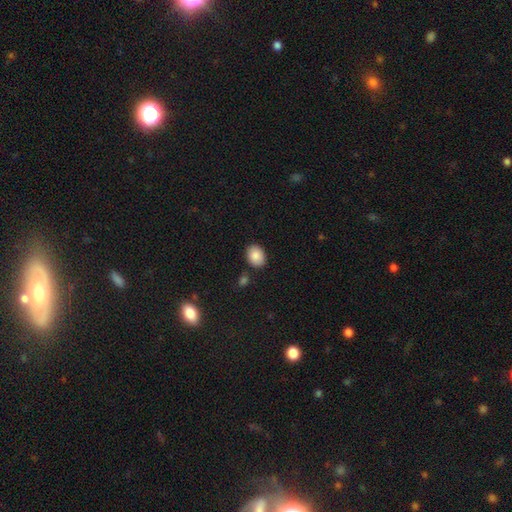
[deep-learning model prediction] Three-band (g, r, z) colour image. It shows a smooth galaxy with no disk features (88%) that is in between round and cigar-shaped (68%). Merging: none (86%).